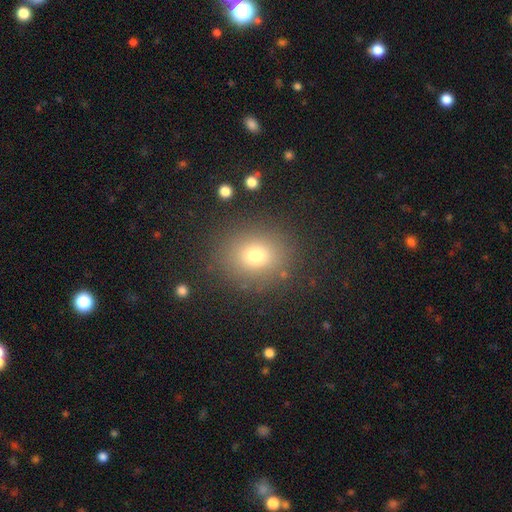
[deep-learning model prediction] This is likely a smooth galaxy (73%). How rounded: likely round (73%). Merging: clearly none (86%).